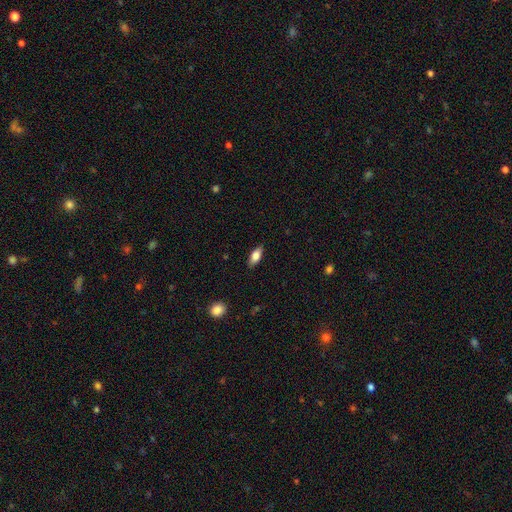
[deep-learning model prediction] The model was most divided on "smooth or featured": smooth: 74%, featured or disk: 18%, star or artifact: 7%. More confident: merging — none (86%); how rounded — in between (82%).